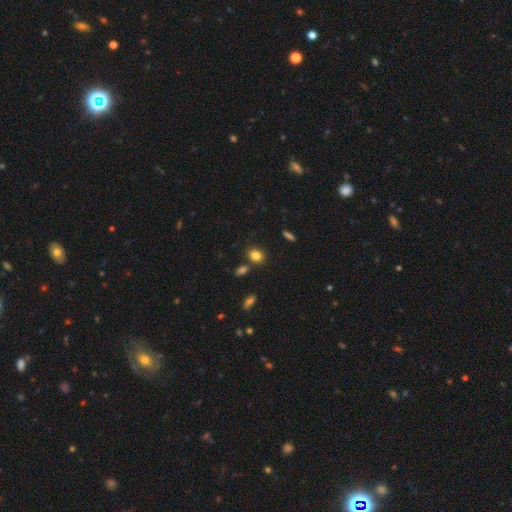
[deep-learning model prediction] A smooth galaxy with no disk features (83%) that is round (53%).

Vote fractions:
- Smooth or featured? smooth: 83% / star or artifact: 11% / featured or disk: 6%
- How rounded? round: 53% / in between: 45% / cigar-shaped: 1%
- Merging? none: 78% / minor disturbance: 10% / merger: 9% / major disturbance: 3%